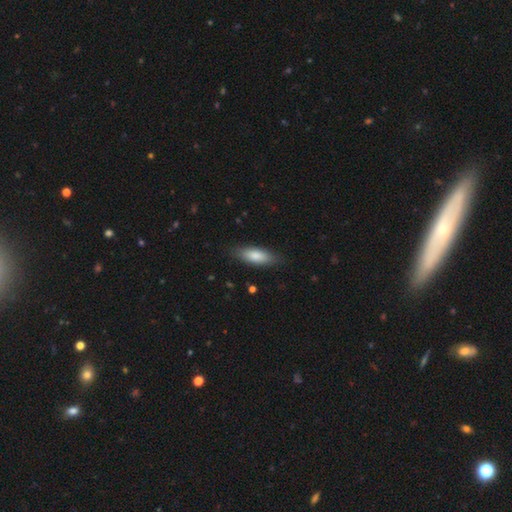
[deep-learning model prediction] Morphology: type=smooth (81%); roundness=in between (67%); merging=none (84%).